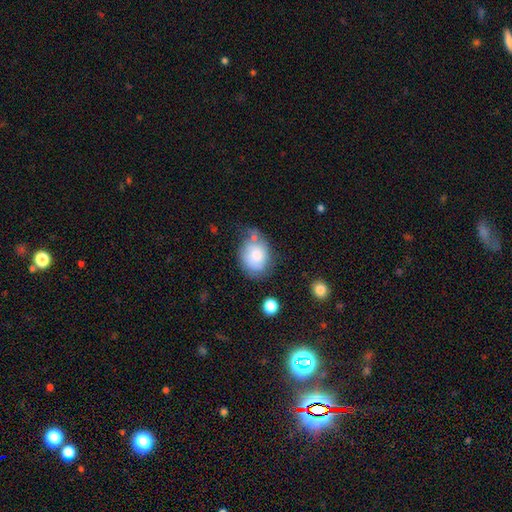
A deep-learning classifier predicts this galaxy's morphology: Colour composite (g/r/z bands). It shows a smooth galaxy with no disk features (73%) that is in between round and cigar-shaped (51%). Merging: none (46%).